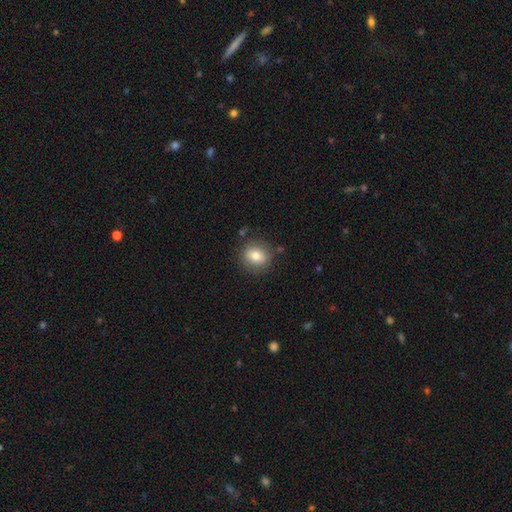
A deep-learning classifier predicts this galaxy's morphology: smooth-or-featured: smooth: 79% | featured or disk: 12% | star or artifact: 9%
  how-rounded: round: 72% | in between: 26% | cigar-shaped: 1%
  merging: none: 84% | minor disturbance: 10% | major disturbance: 3% | merger: 2%